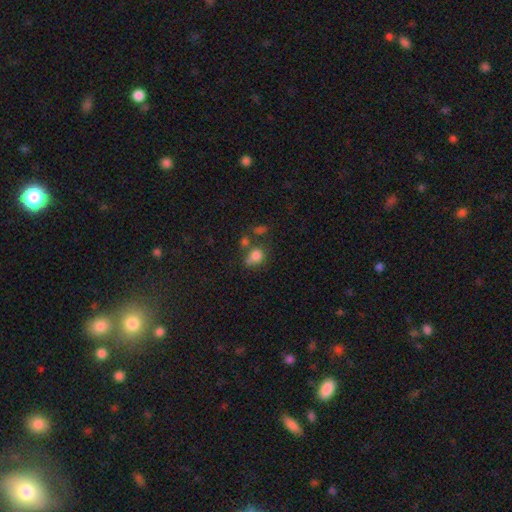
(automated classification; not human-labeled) This appears to be a smooth galaxy with no disk features (78%) that is round (63%). Merging: none (45%).